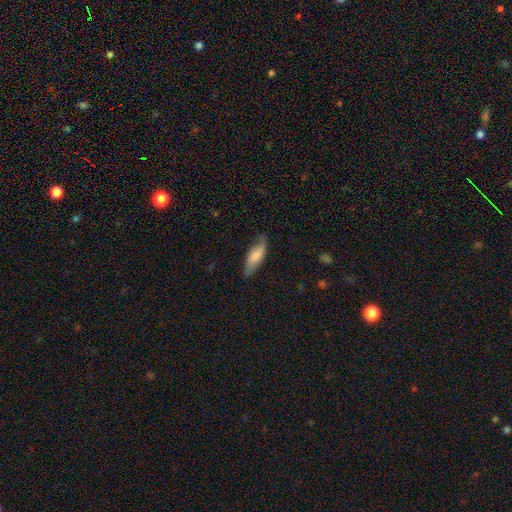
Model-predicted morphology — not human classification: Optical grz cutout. It shows a smooth galaxy with no disk features (63%) that is in between round and cigar-shaped (58%). Merging: none (68%).